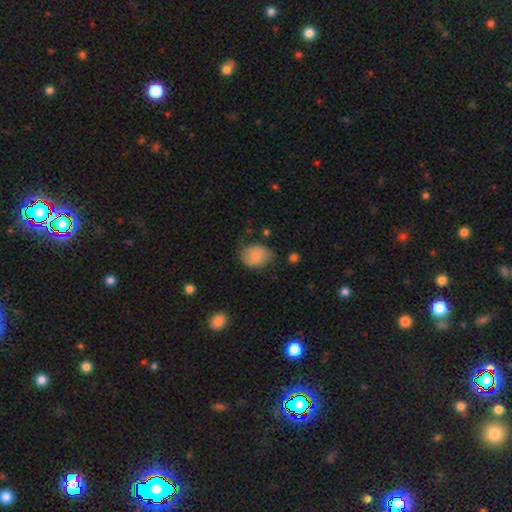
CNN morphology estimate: Smooth or featured?
  - smooth: 81% *
  - featured or disk: 11%
  - star or artifact: 8%
How rounded?
  - in between: 65% *
  - round: 34%
  - cigar-shaped: 1%
Merging?
  - none: 60% *
  - minor disturbance: 30%
  - major disturbance: 8%
  - merger: 2%